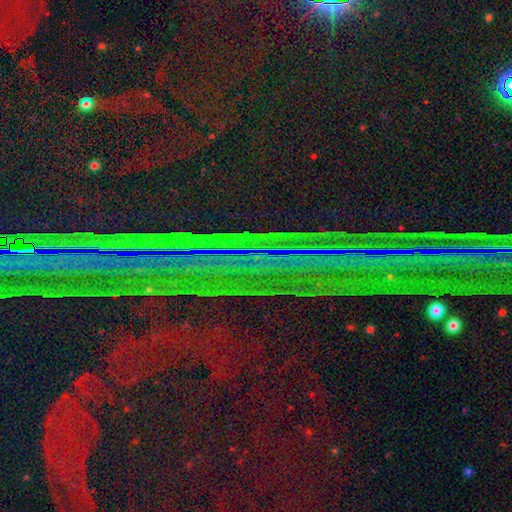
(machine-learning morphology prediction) A star or artifact, not a galaxy (88%).

Vote fractions:
- Smooth or featured? star or artifact: 88% / featured or disk: 7% / smooth: 6%